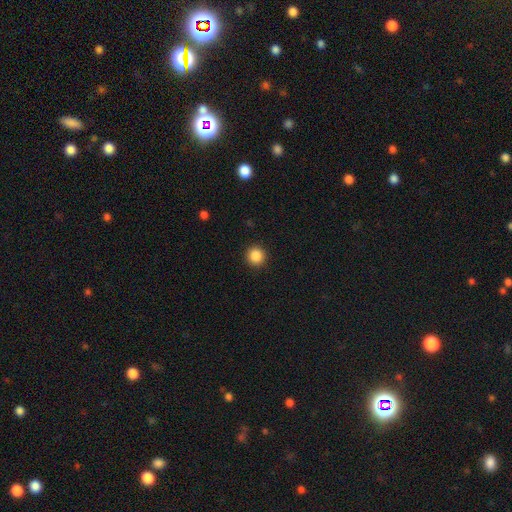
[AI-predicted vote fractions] smooth 87%, star or artifact 10%, featured or disk 3%. Down the decision tree: how rounded — round (95%); merging — none (92%).